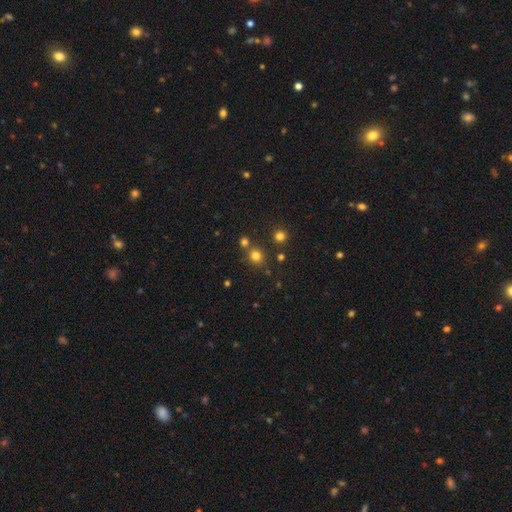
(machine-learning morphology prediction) type=smooth (77%); roundness=round (83%); merging=none (74%).